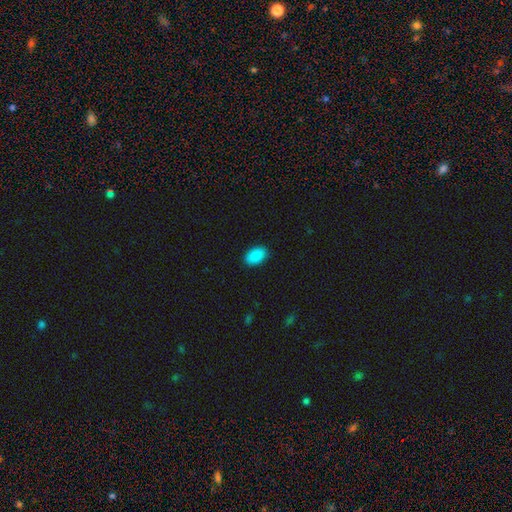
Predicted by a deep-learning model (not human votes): Smooth or featured? Predicted: smooth (p=0.90). How rounded? Predicted: in between (p=0.92). Merging? Predicted: none (p=0.90).